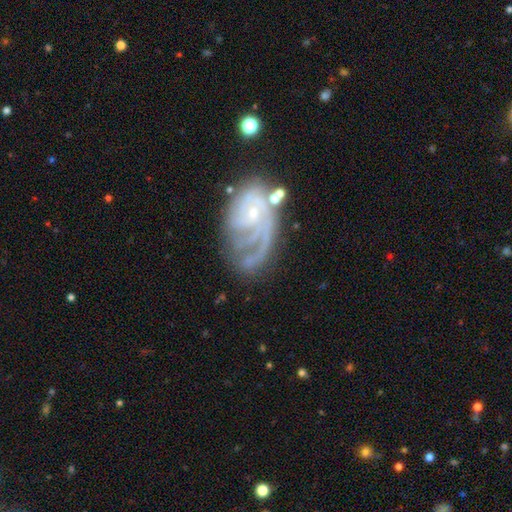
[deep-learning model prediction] Smooth or featured: featured or disk — 83% (smooth — 9%)
Edge-on disk: no — 97% (yes — 3%)
Bar: no — 65% (weak — 29%)
Spiral arms: yes — 94% (no — 6%)
Spiral winding: tight — 51% (medium — 36%)
Spiral arm count: can't tell — 27% (2 — 25%)
Bulge size: small — 78% (moderate — 13%)
Merging: none — 50% (major disturbance — 22%)